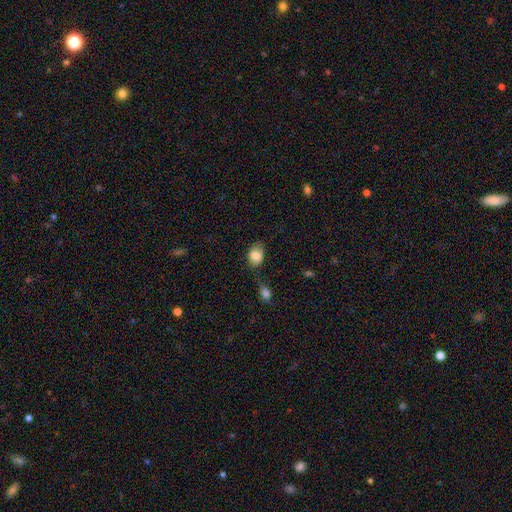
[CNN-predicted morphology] Smooth or featured: smooth — 84% (featured or disk — 8%)
How rounded: in between — 68% (round — 31%)
Merging: none — 65% (minor disturbance — 22%)